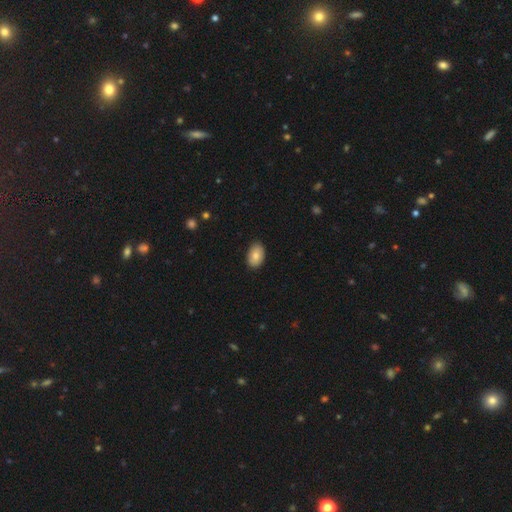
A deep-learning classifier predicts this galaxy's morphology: smooth 82%, featured or disk 11%, star or artifact 7%. Down the decision tree: how rounded — in between (90%); merging — none (87%).